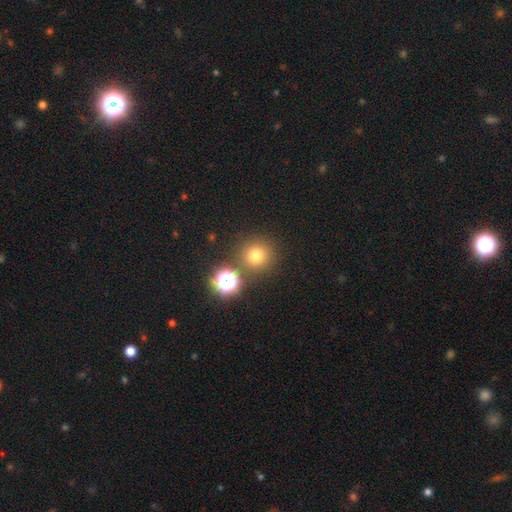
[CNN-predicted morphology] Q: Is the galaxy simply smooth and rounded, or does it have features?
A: smooth — 73%.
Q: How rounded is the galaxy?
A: round — 93%.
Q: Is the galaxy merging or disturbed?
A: none — 81%.